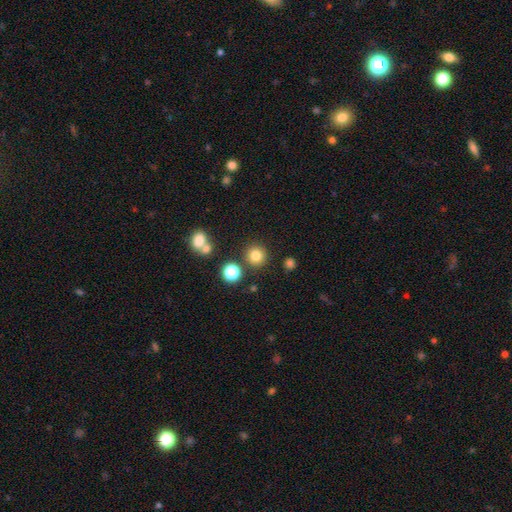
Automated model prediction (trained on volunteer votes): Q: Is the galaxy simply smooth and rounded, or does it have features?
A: smooth — 80%.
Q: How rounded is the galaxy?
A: round — 92%.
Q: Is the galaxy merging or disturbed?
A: none — 84%.